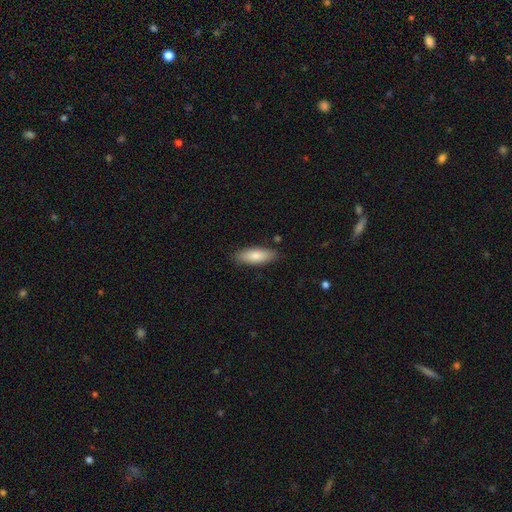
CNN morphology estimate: smooth 81%, featured or disk 13%, star or artifact 6%. Down the decision tree: how rounded — in between (63%); merging — none (85%).